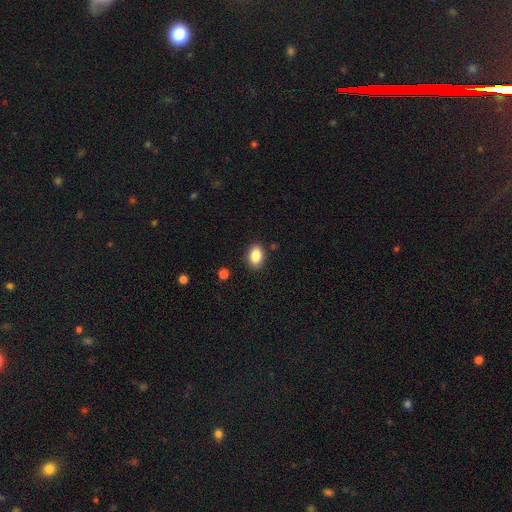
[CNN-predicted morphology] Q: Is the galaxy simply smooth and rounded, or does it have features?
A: smooth — 87%.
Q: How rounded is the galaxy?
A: in between — 87%.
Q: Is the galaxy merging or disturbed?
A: none — 87%.